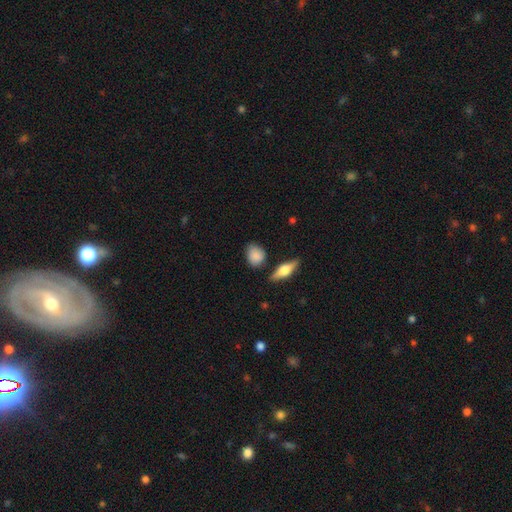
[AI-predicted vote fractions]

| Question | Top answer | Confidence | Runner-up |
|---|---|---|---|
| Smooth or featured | smooth | 83% | featured or disk (10%) |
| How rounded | in between | 49% | round (47%) |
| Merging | none | 71% | minor disturbance (19%) |